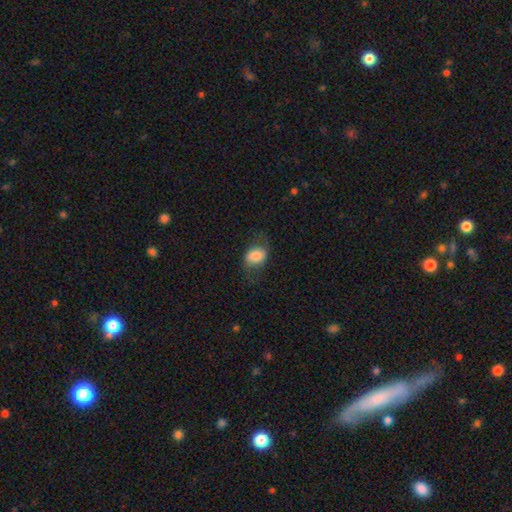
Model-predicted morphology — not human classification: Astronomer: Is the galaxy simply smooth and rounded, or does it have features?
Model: smooth — 69%.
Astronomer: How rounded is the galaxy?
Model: in between — 66%.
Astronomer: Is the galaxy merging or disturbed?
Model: none — 62%.